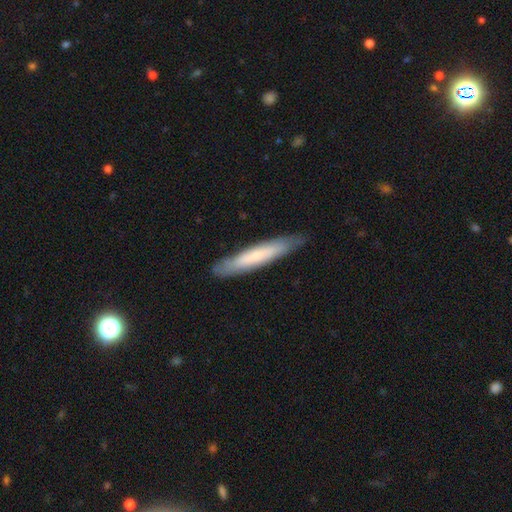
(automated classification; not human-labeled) Smooth or featured?
  - smooth: 63% *
  - featured or disk: 32%
  - star or artifact: 5%
How rounded?
  - cigar-shaped: 91% *
  - in between: 8%
  - round: 1%
Merging?
  - none: 84% *
  - minor disturbance: 12%
  - major disturbance: 2%
  - merger: 1%